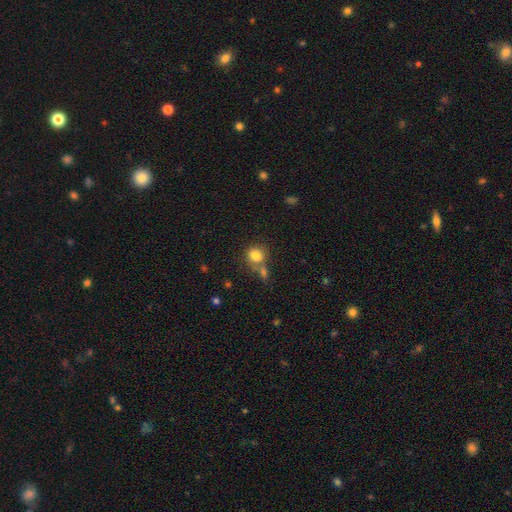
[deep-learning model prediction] Overall: smooth (83%). How rounded: round (75%). Merging: none (55%; merger 28%).